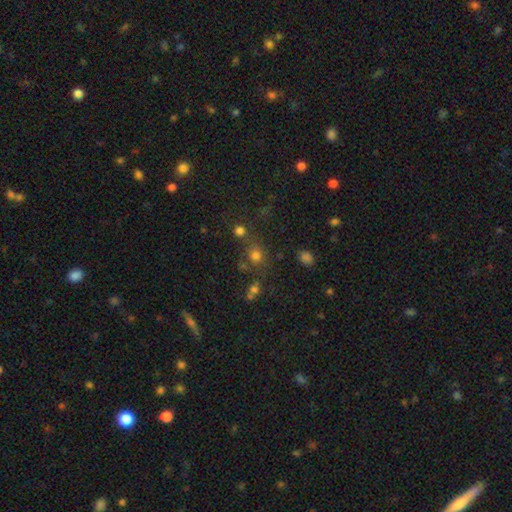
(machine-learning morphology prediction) Q: Smooth or featured?
A: smooth (72%); runner-up: star or artifact (20%)
Q: How rounded?
A: round (83%); runner-up: in between (16%)
Q: Merging?
A: none (65%); runner-up: merger (17%)